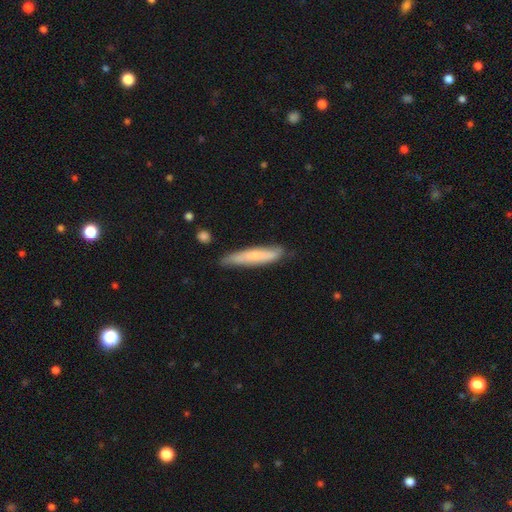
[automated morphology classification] type=smooth (65%); roundness=cigar-shaped (89%); merging=none (74%).